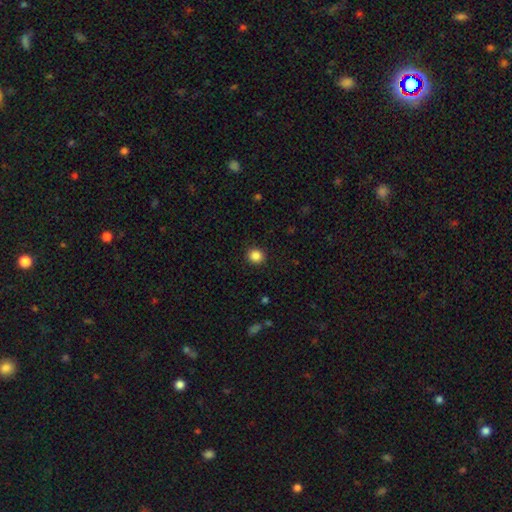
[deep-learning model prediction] smooth_or_featured: smooth (p=0.86) [alt: star or artifact p=0.11]
how_rounded: round (p=0.88) [alt: in between p=0.11]
merging: none (p=0.92) [alt: minor disturbance p=0.05]